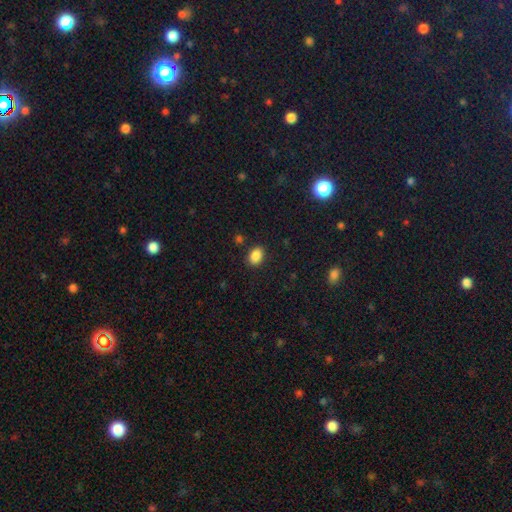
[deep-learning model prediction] This is clearly a smooth galaxy (87%). How rounded: likely in between (72%). Merging: clearly none (86%).